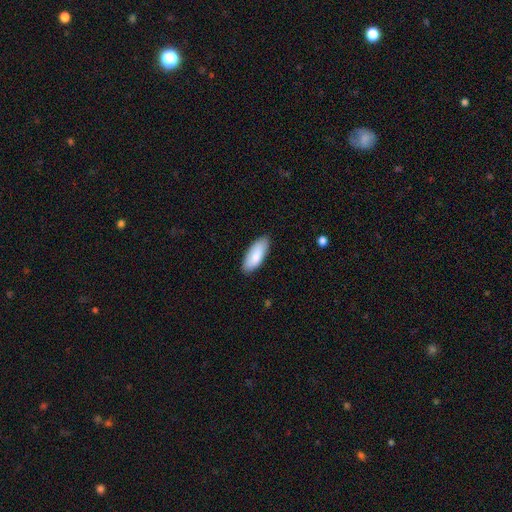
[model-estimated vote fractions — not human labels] Smooth or featured? smooth (85%)
How rounded? in between (81%)
Merging? none (85%)